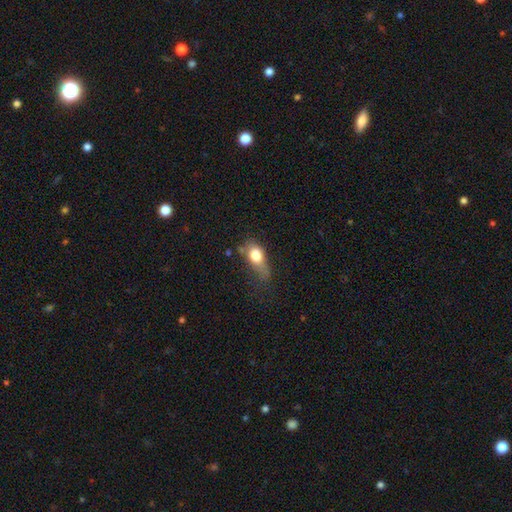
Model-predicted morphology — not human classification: Smooth or featured?
  - smooth: 75% *
  - featured or disk: 17%
  - star or artifact: 8%
How rounded?
  - in between: 77% *
  - round: 16%
  - cigar-shaped: 7%
Merging?
  - minor disturbance: 37% *
  - major disturbance: 30%
  - none: 27%
  - merger: 7%